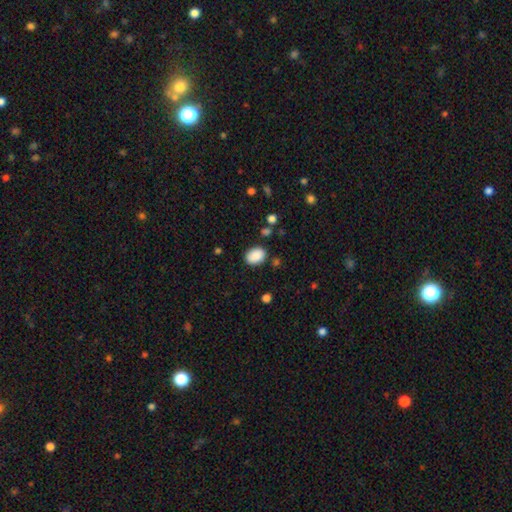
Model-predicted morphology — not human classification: Smooth or featured? Predicted: smooth (p=0.89). How rounded? Predicted: in between (p=0.73). Merging? Predicted: none (p=0.82).